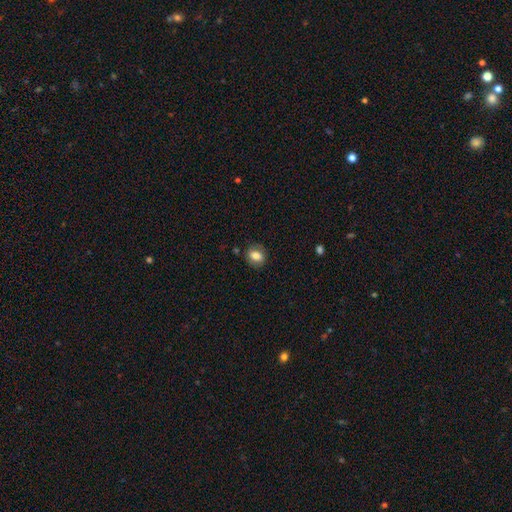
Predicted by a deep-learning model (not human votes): Smooth or featured? Predicted: smooth (p=0.78). How rounded? Predicted: in between (p=0.51). Merging? Predicted: none (p=0.82).